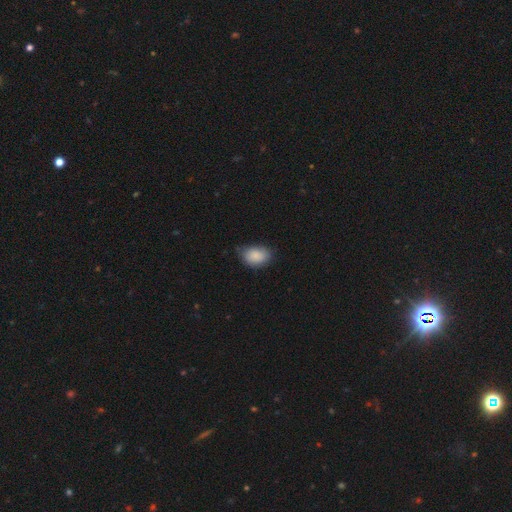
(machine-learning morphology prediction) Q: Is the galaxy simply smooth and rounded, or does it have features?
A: smooth — 87%.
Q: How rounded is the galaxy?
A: in between — 84%.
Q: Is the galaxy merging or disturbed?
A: none — 69%.